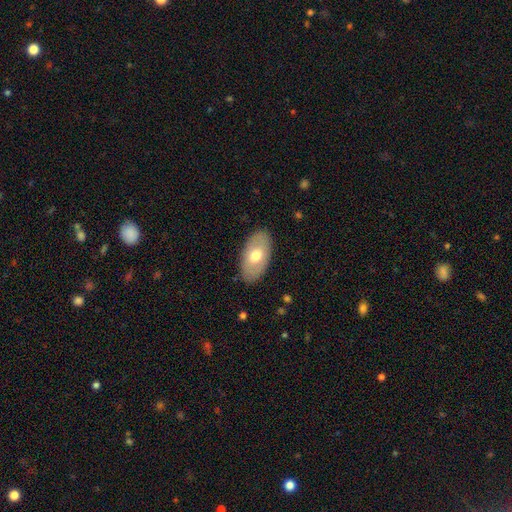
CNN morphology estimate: Smooth or featured?
  - smooth: 63% *
  - featured or disk: 32%
  - star or artifact: 6%
How rounded?
  - in between: 94% *
  - round: 4%
  - cigar-shaped: 2%
Merging?
  - none: 86% *
  - minor disturbance: 11%
  - major disturbance: 3%
  - merger: 1%